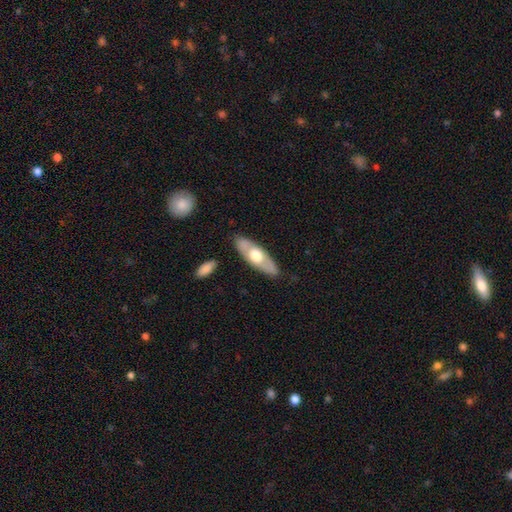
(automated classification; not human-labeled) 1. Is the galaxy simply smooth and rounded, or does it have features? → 48% featured or disk, 47% smooth, 5% star or artifact.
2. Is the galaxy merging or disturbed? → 83% none, 12% minor disturbance, 2% major disturbance, 2% merger.